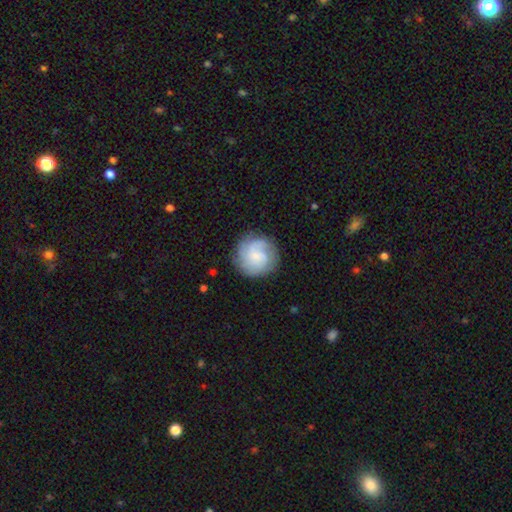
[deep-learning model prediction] A featured or disk galaxy (58%) with no bar (62%), tight (46%) spiral arms (90%) and a small central bulge (61%). Merging: none (79%).